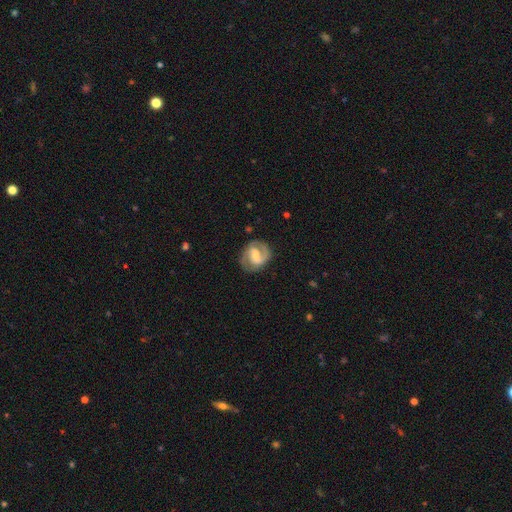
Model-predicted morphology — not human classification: The model was most divided on "bulge size": moderate: 38%, small: 35%, none: 15%, large: 11%, dominant: 2%. Remaining: edge-on disk — no (98%); spiral arms — yes (94%); spiral arm count — 2 (86%); smooth or featured — featured or disk (82%); merging — none (78%); bar — weak (50%); spiral winding — medium (50%).